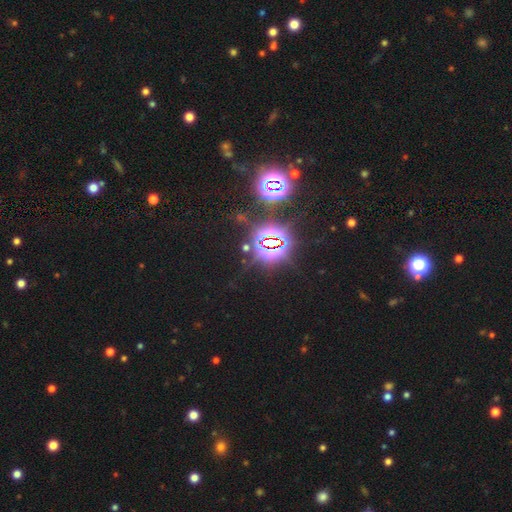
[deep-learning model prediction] star or artifact 82%, smooth 12%, featured or disk 6%.